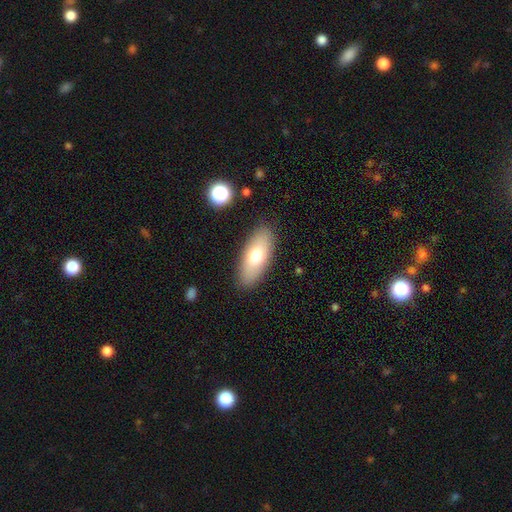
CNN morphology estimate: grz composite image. It shows a smooth galaxy with no disk features (69%) that is in between round and cigar-shaped (82%). Merging: none (87%).